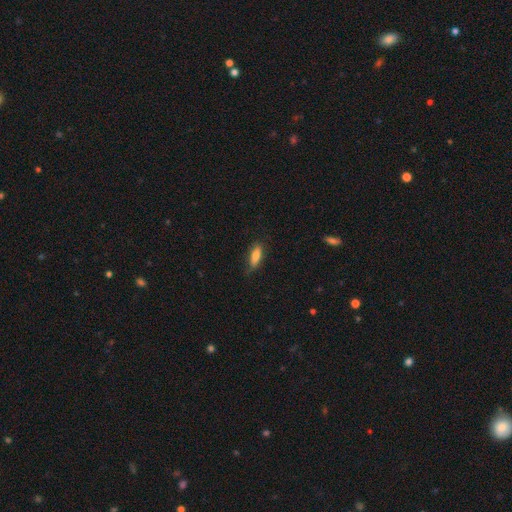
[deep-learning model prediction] This is likely a smooth galaxy (76%). How rounded: possibly in between (58%). Merging: likely none (72%).